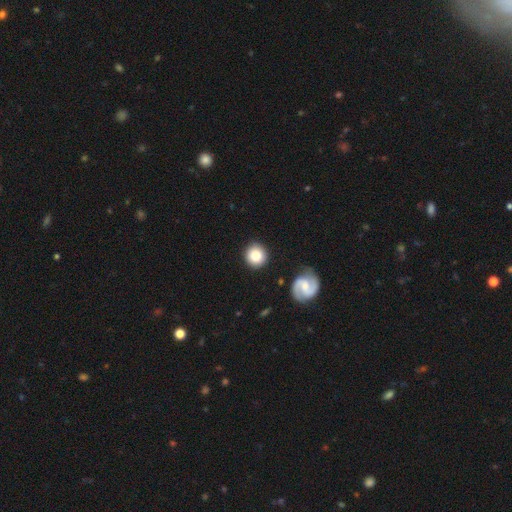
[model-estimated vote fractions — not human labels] This is likely a smooth galaxy (79%). How rounded: clearly round (93%). Merging: clearly none (87%).